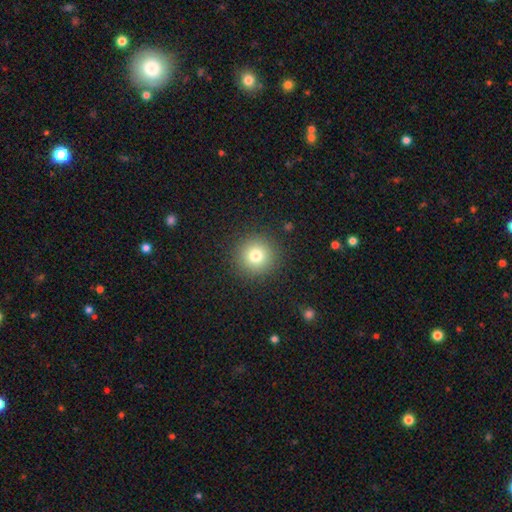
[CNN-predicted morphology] Smooth or featured? smooth (78%)
How rounded? round (94%)
Merging? none (90%)